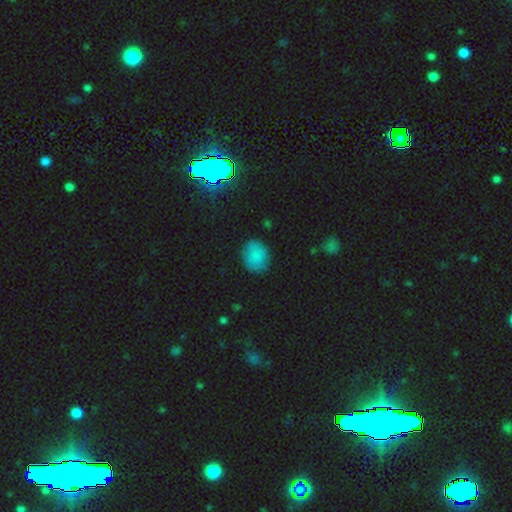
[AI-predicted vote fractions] Smooth or featured? smooth (78%)
How rounded? round (56%)
Merging? none (83%)